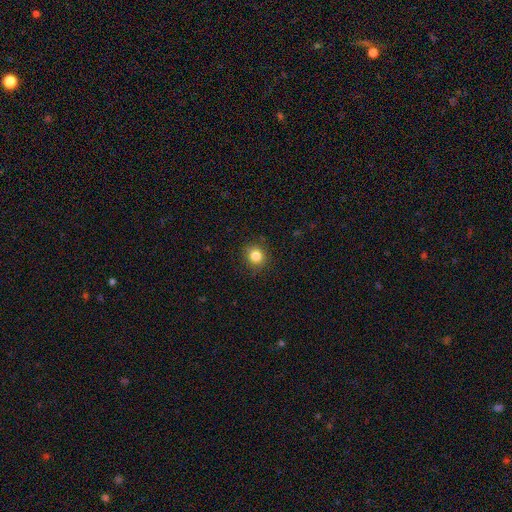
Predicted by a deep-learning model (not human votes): Q: Smooth or featured?
A: smooth (84%); runner-up: star or artifact (11%)
Q: How rounded?
A: round (87%); runner-up: in between (12%)
Q: Merging?
A: none (87%); runner-up: minor disturbance (9%)